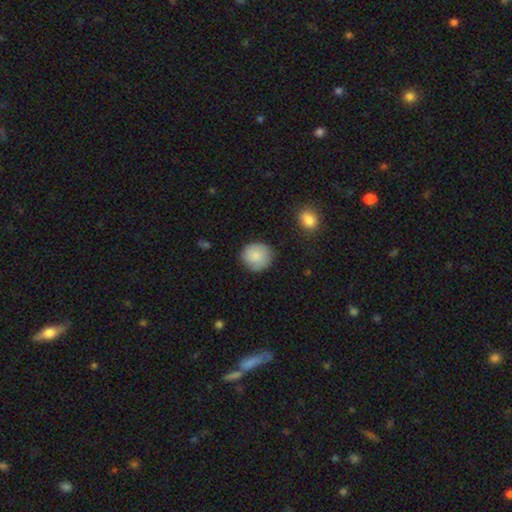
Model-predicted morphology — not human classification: Overall: smooth (84%). How rounded: round (88%). Merging: none (82%).